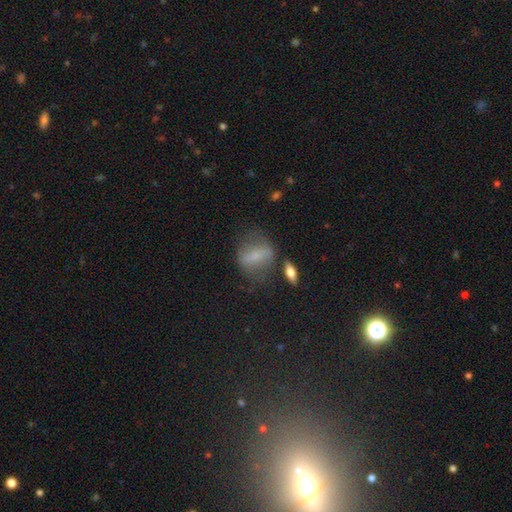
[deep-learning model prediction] Smooth or featured: smooth — 57% (featured or disk — 30%)
How rounded: in between — 61% (round — 27%)
Merging: none — 56% (minor disturbance — 22%)